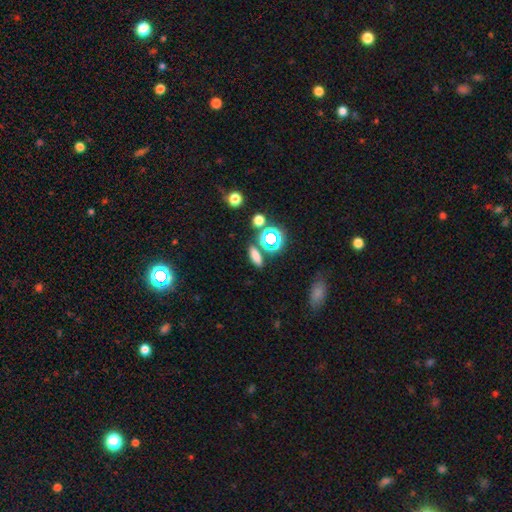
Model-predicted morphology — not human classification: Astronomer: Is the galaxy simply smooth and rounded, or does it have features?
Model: smooth — 68%.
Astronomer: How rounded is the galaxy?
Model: in between — 59%.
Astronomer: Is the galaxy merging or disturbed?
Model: none — 78%.